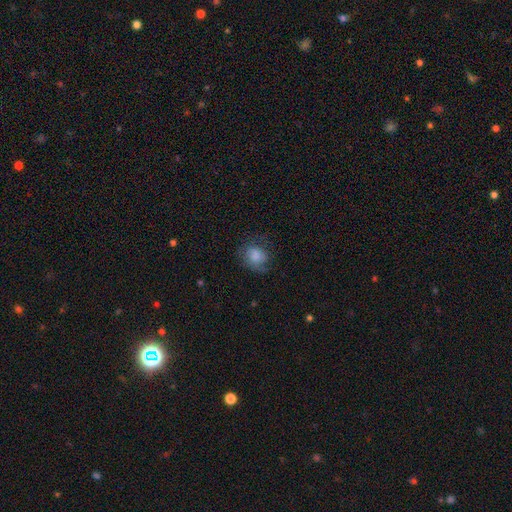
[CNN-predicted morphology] Smooth or featured? Predicted: smooth (p=0.73). How rounded? Predicted: round (p=0.65). Merging? Predicted: none (p=0.62).